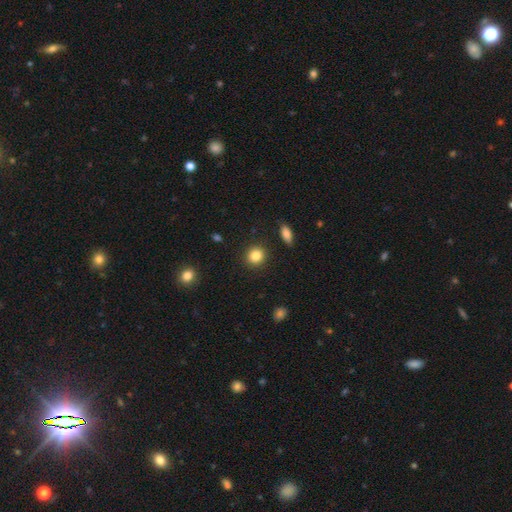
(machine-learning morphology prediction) A smooth galaxy with no disk features (85%) that is round (87%). Merging: none (90%).